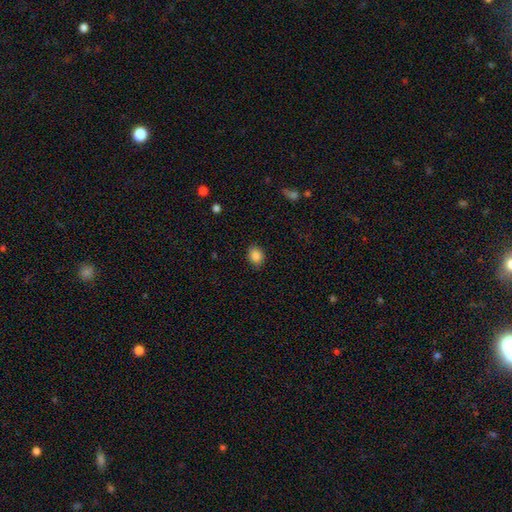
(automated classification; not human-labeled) The model was most divided on "how rounded": round: 50%, in between: 49%, cigar-shaped: 1%. More confident: merging — none (88%); smooth or featured — smooth (85%).